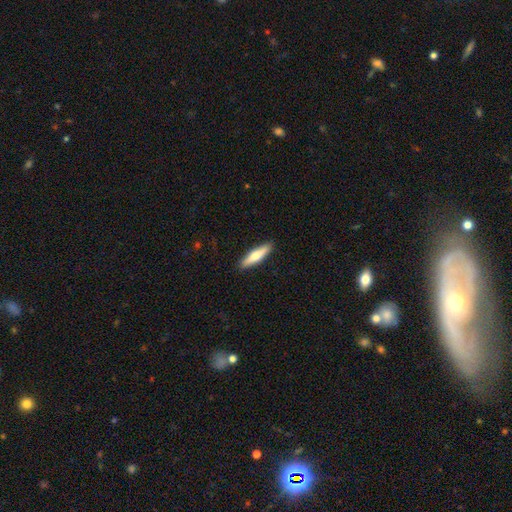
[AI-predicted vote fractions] This is likely a smooth galaxy (64%). How rounded: likely cigar-shaped (79%). Merging: clearly none (90%).